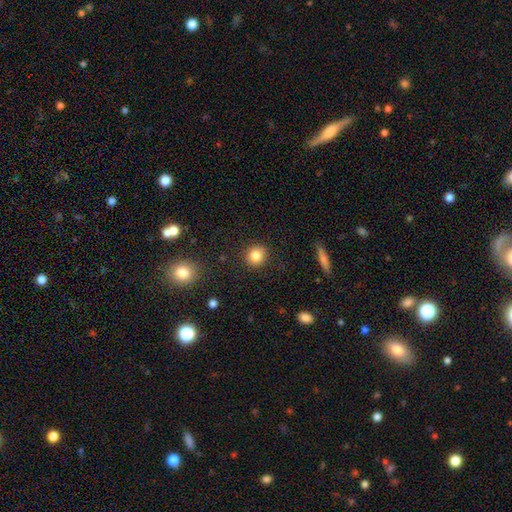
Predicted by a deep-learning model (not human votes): Morphology: type=smooth (84%); roundness=round (87%); merging=none (90%).